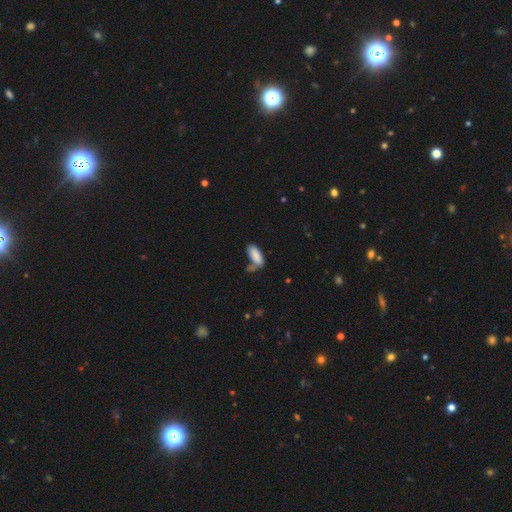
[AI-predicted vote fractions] Morphology: type=smooth (87%); roundness=in between (81%); merging=none (51%).